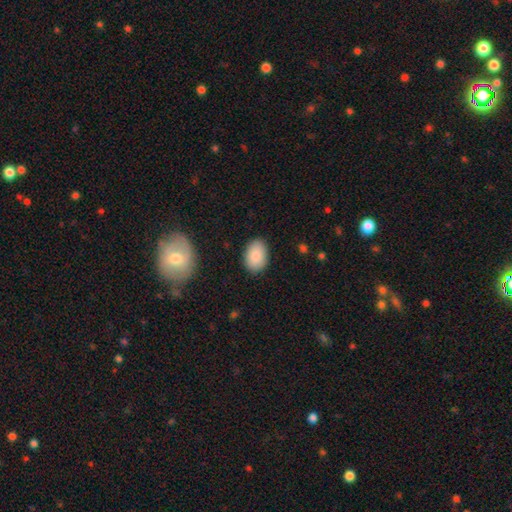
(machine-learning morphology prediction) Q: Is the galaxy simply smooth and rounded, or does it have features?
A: smooth — 87%.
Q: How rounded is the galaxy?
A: in between — 87%.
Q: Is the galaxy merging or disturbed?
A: none — 87%.